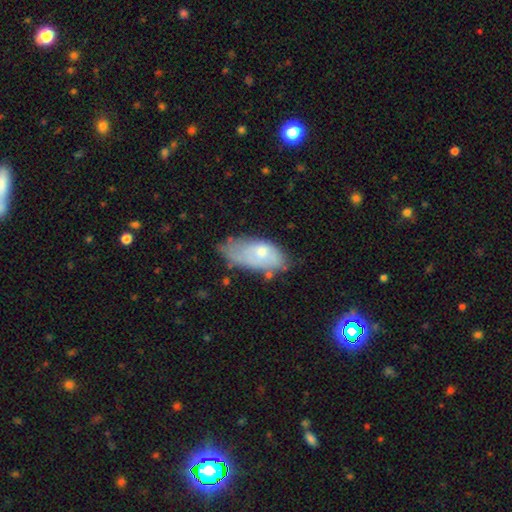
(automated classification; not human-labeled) smooth_or_featured: smooth (p=0.56) [alt: featured or disk p=0.35]
how_rounded: in between (p=0.87) [alt: cigar-shaped p=0.10]
merging: none (p=0.49) [alt: minor disturbance p=0.35]